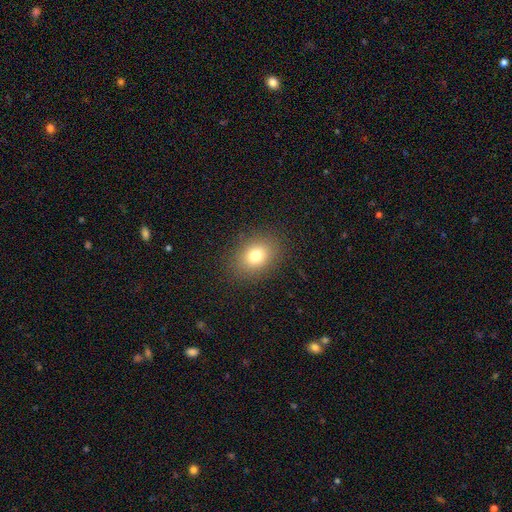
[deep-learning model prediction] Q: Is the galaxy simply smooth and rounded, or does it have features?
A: smooth — 77%.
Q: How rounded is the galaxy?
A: in between — 57%.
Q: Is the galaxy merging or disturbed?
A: none — 87%.